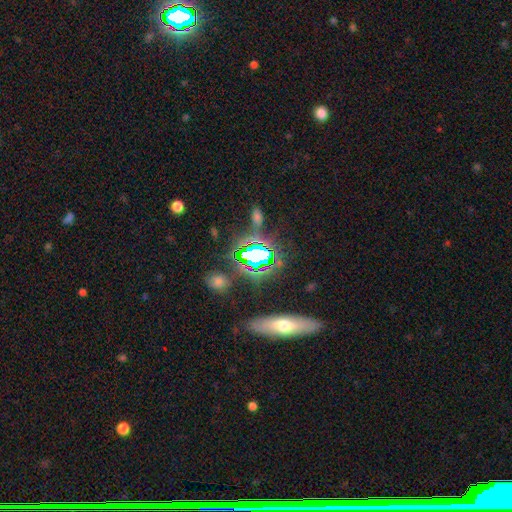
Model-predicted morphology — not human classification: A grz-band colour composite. It shows a star or artifact, not a galaxy (66%).